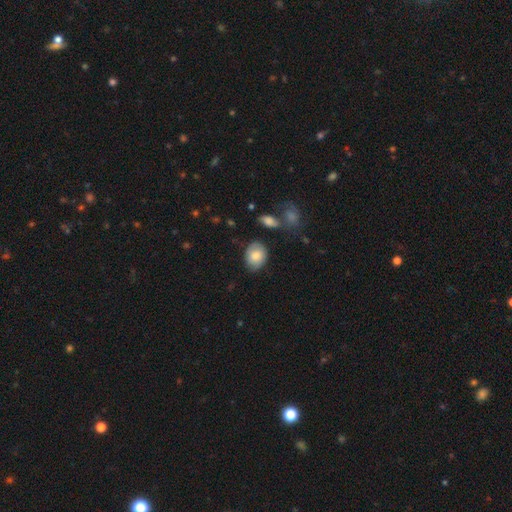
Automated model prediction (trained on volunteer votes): This is clearly a smooth galaxy (81%). How rounded: likely in between (64%). Merging: likely none (71%).